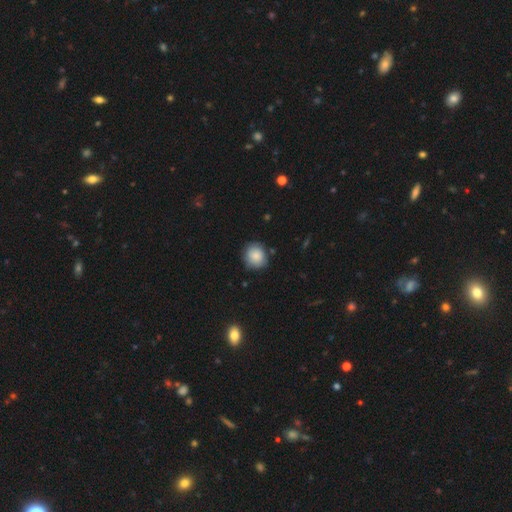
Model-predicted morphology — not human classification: Overall: smooth (83%). How rounded: round (83%). Merging: none (80%).